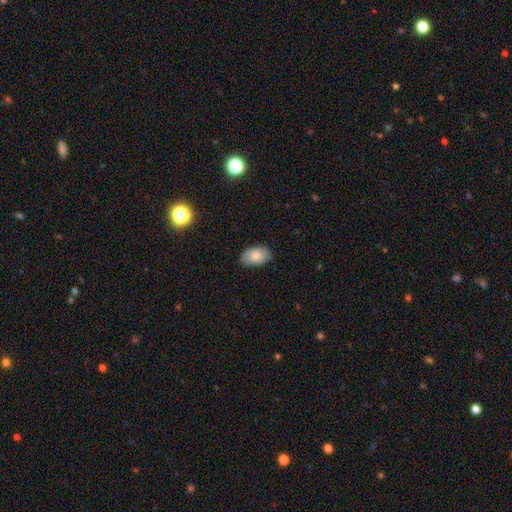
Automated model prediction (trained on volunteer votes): smooth_or_featured: smooth (p=0.79) [alt: featured or disk p=0.13]
how_rounded: in between (p=0.91) [alt: round p=0.08]
merging: none (p=0.83) [alt: minor disturbance p=0.14]